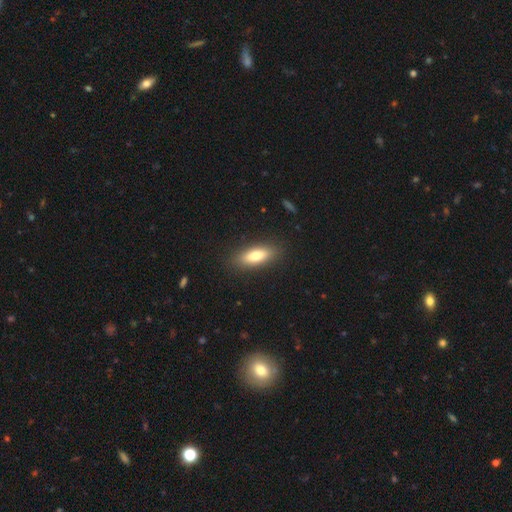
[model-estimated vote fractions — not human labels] Overall: smooth (75%). How rounded: in between (63%; cigar-shaped 34%). Merging: none (87%).